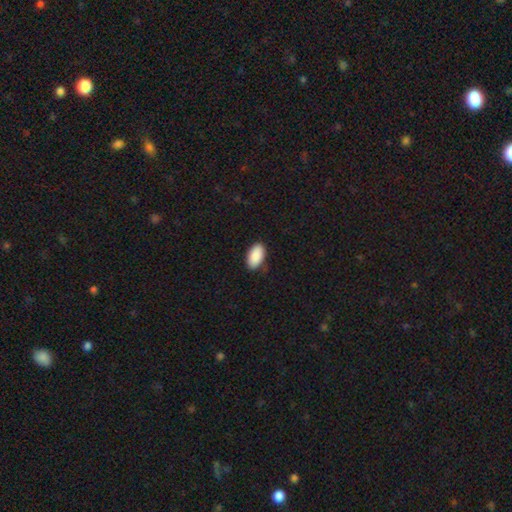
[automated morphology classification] Smooth or featured? Predicted: smooth (p=0.90). How rounded? Predicted: in between (p=0.95). Merging? Predicted: none (p=0.85).